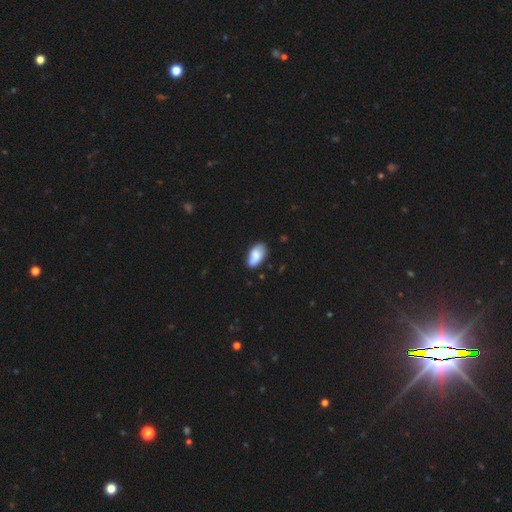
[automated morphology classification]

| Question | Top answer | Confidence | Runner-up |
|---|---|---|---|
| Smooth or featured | smooth | 79% | featured or disk (14%) |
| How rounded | in between | 94% | round (3%) |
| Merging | none | 74% | minor disturbance (20%) |